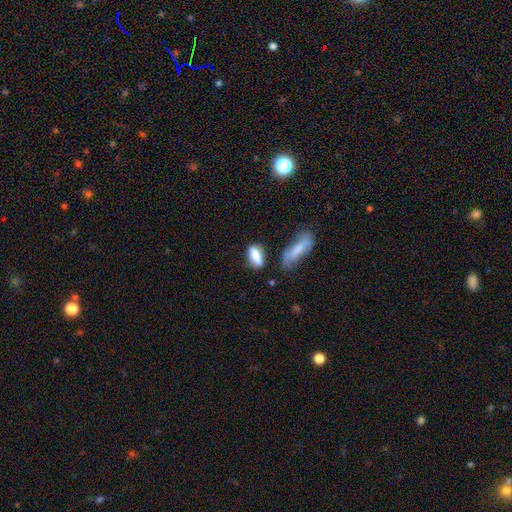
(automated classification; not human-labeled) smooth-or-featured: smooth: 83% | featured or disk: 10% | star or artifact: 7%
  how-rounded: in between: 71% | cigar-shaped: 24% | round: 5%
  merging: none: 68% | minor disturbance: 19% | merger: 7% | major disturbance: 6%